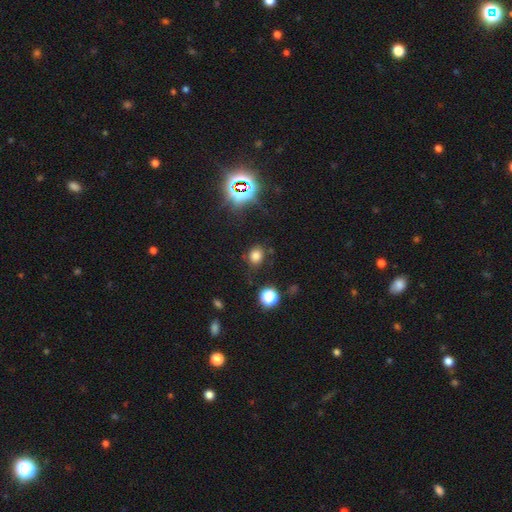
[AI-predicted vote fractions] A smooth galaxy with no disk features (71%) that is round (62%).

Vote fractions:
- Smooth or featured? smooth: 71% / star or artifact: 22% / featured or disk: 7%
- How rounded? round: 62% / in between: 37% / cigar-shaped: 1%
- Merging? none: 78% / minor disturbance: 14% / major disturbance: 5% / merger: 3%